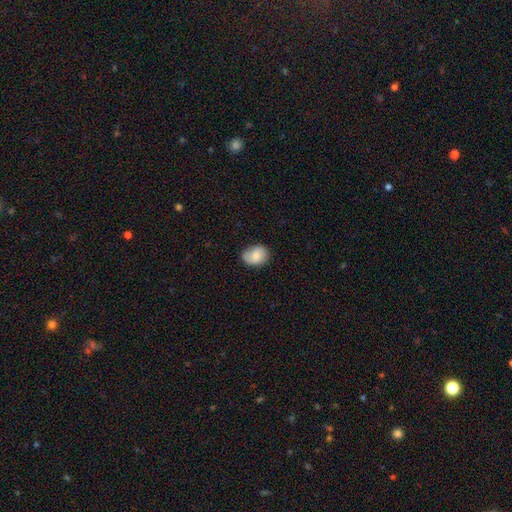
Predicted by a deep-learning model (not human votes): A smooth galaxy with no disk features (71%) that is in between round and cigar-shaped (58%). Merging: none (69%).